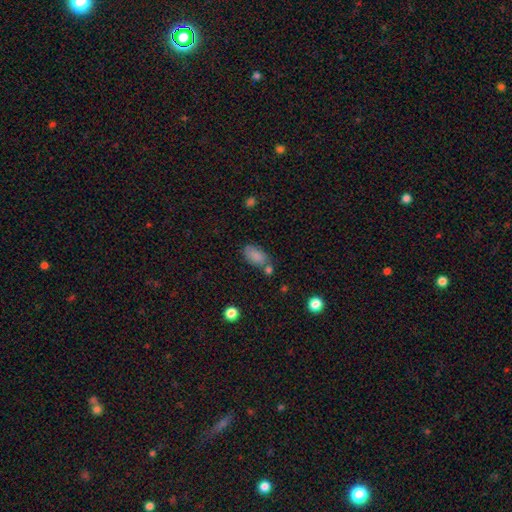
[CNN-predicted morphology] type=smooth (83%); roundness=in between (92%); merging=none (56%).